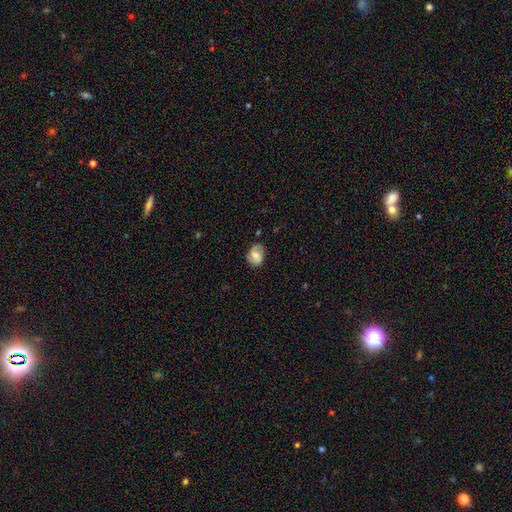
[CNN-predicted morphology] Smooth or featured: smooth — 49% (featured or disk — 43%)
Merging: none — 70% (minor disturbance — 23%)